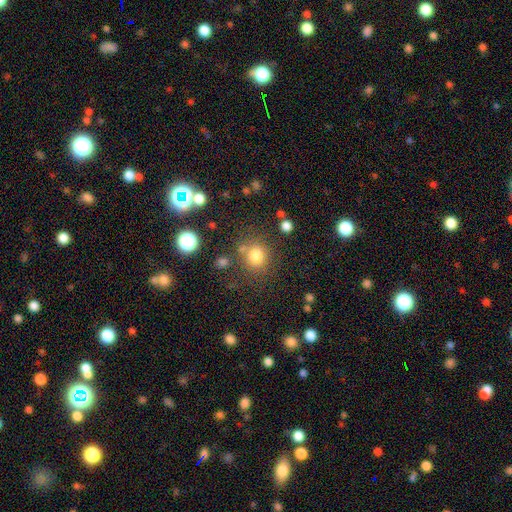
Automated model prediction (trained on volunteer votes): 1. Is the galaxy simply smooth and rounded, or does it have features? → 77% smooth, 15% star or artifact, 8% featured or disk.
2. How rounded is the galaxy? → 83% round, 16% in between, 1% cigar-shaped.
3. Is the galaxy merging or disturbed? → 73% none, 12% minor disturbance, 10% merger, 6% major disturbance.